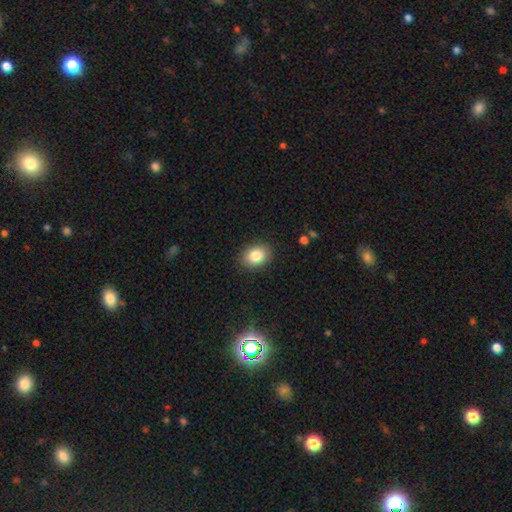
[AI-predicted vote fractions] smooth-or-featured: smooth: 84% | star or artifact: 9% | featured or disk: 7%
  how-rounded: in between: 63% | round: 36% | cigar-shaped: 1%
  merging: none: 88% | minor disturbance: 8% | major disturbance: 2% | merger: 1%